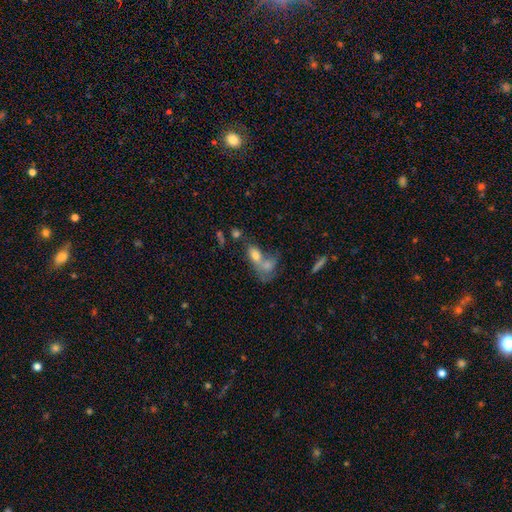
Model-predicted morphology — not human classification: Smooth or featured: smooth — 71% (featured or disk — 19%)
How rounded: in between — 79% (round — 15%)
Merging: merger — 61% (none — 24%)